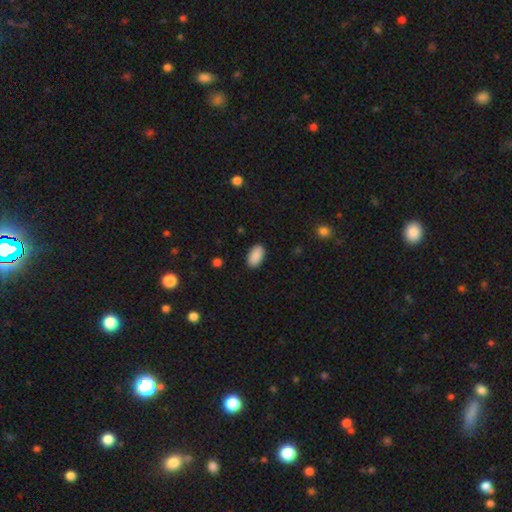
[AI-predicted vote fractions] The model was most divided on "merging": none: 88%, minor disturbance: 9%, major disturbance: 2%, merger: 1%. More confident: how rounded — in between (95%); smooth or featured — smooth (90%).